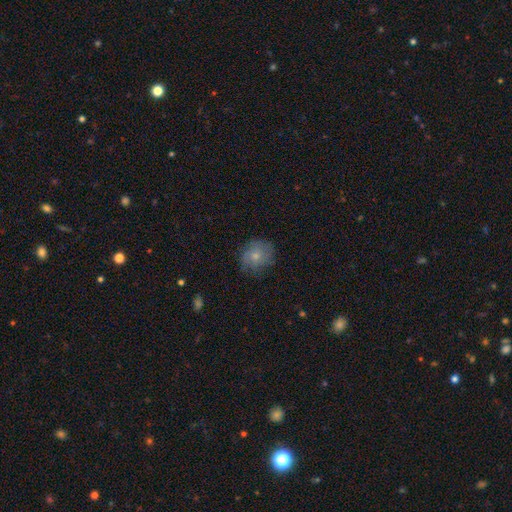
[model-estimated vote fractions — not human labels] A smooth galaxy with no disk features (64%) that is round (72%).

Vote fractions:
- Smooth or featured? smooth: 64% / featured or disk: 27% / star or artifact: 9%
- How rounded? round: 72% / in between: 27% / cigar-shaped: 1%
- Merging? none: 70% / minor disturbance: 22% / major disturbance: 7% / merger: 1%